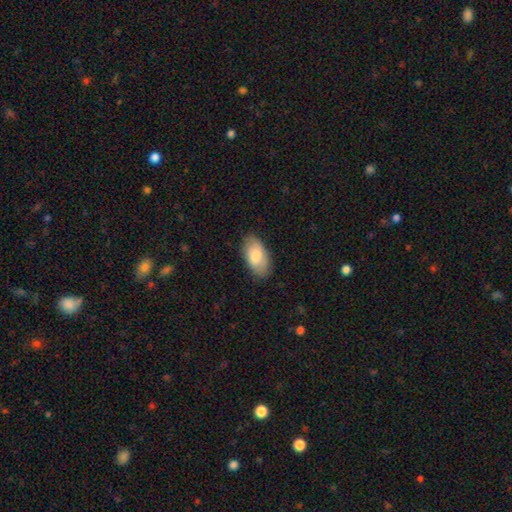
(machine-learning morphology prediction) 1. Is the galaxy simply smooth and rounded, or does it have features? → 81% smooth, 13% featured or disk, 6% star or artifact.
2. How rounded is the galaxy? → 95% in between, 3% round, 2% cigar-shaped.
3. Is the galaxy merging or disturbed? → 82% none, 15% minor disturbance, 3% major disturbance, 1% merger.